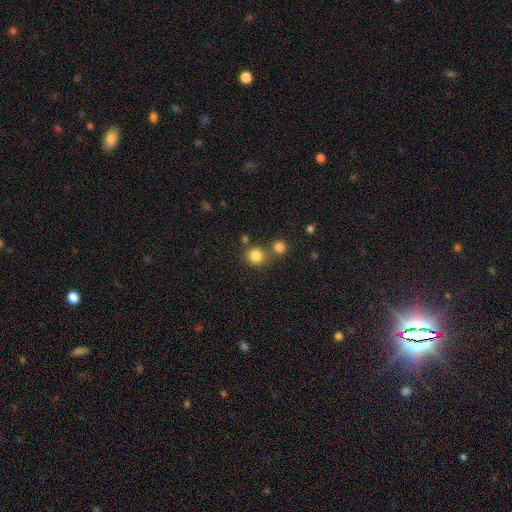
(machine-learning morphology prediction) The model was most divided on "merging": none: 64%, merger: 24%, minor disturbance: 8%, major disturbance: 3%. More confident: how rounded — round (89%); smooth or featured — smooth (82%).